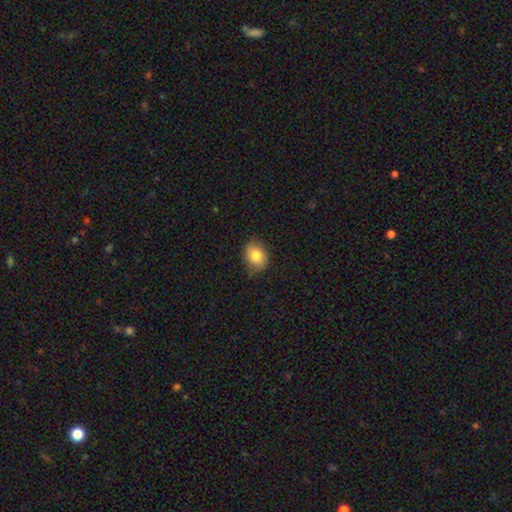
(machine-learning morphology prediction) smooth 80%, featured or disk 11%, star or artifact 9%. Down the decision tree: how rounded — in between (54%); merging — none (74%).